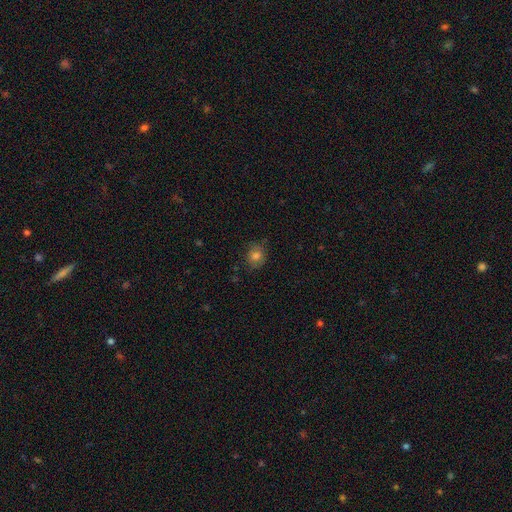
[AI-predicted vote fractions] Smooth or featured? Predicted: smooth (p=0.80). How rounded? Predicted: round (p=0.66). Merging? Predicted: none (p=0.78).